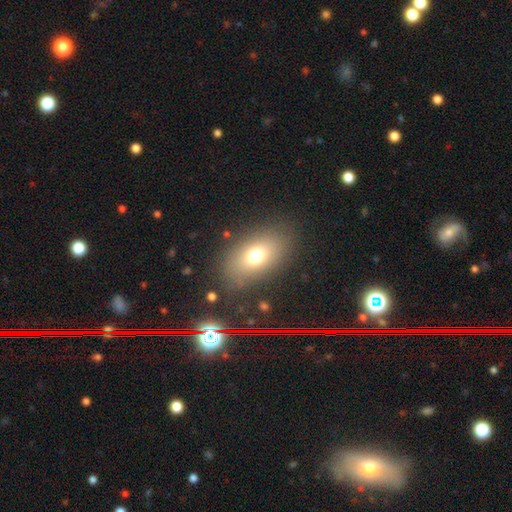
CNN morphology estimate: A smooth galaxy with no disk features (70%) that is in between round and cigar-shaped (82%).

Vote fractions:
- Smooth or featured? smooth: 70% / featured or disk: 16% / star or artifact: 14%
- How rounded? in between: 82% / round: 15% / cigar-shaped: 2%
- Merging? none: 81% / minor disturbance: 11% / major disturbance: 6% / merger: 2%